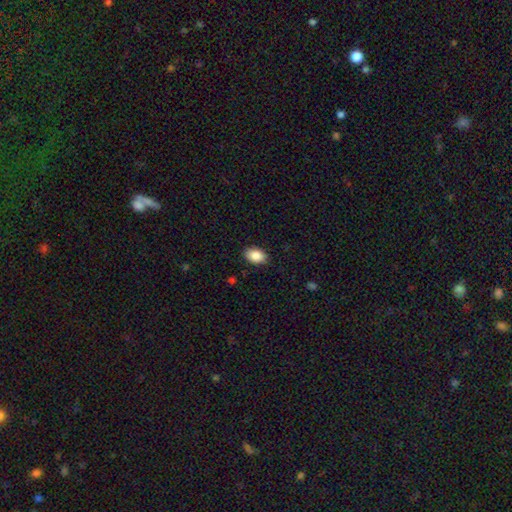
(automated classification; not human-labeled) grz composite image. It shows a smooth galaxy with no disk features (87%) that is in between round and cigar-shaped (87%). Merging: none (87%).